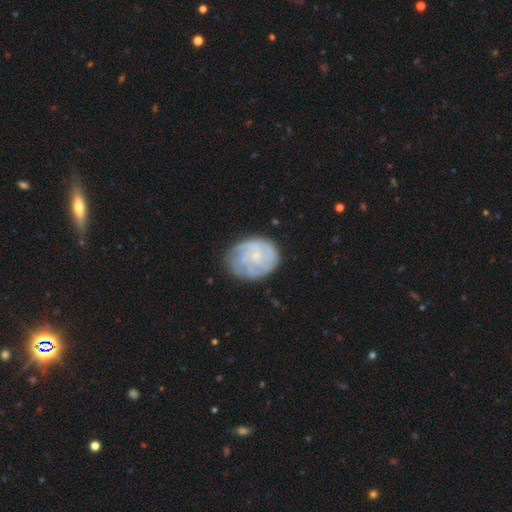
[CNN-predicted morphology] Q: Smooth or featured?
A: featured or disk (62%); runner-up: smooth (31%)
Q: Edge-on disk?
A: no (98%); runner-up: yes (2%)
Q: Bar?
A: no (78%); runner-up: weak (20%)
Q: Spiral arms?
A: yes (77%); runner-up: no (23%)
Q: Bulge size?
A: small (72%); runner-up: moderate (15%)
Q: Merging?
A: none (67%); runner-up: minor disturbance (22%)